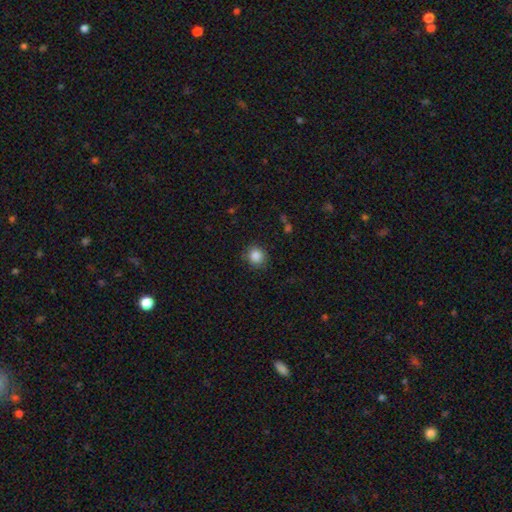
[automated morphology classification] Smooth or featured?
  - smooth: 86% *
  - star or artifact: 9%
  - featured or disk: 4%
How rounded?
  - round: 87% *
  - in between: 13%
  - cigar-shaped: 1%
Merging?
  - none: 85% *
  - minor disturbance: 11%
  - major disturbance: 3%
  - merger: 1%